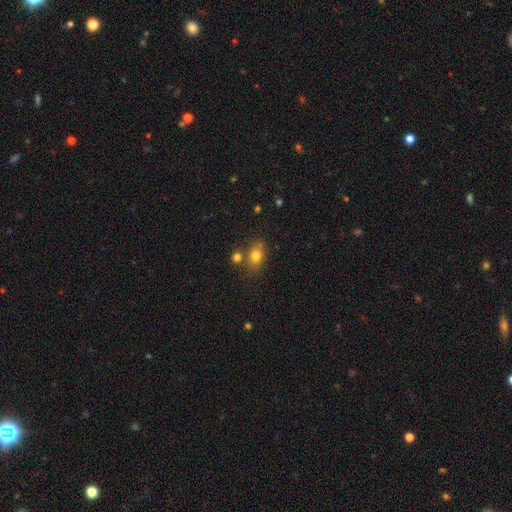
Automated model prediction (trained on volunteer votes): smooth 78%, star or artifact 12%, featured or disk 11%. Down the decision tree: how rounded — in between (62%); merging — none (65%).